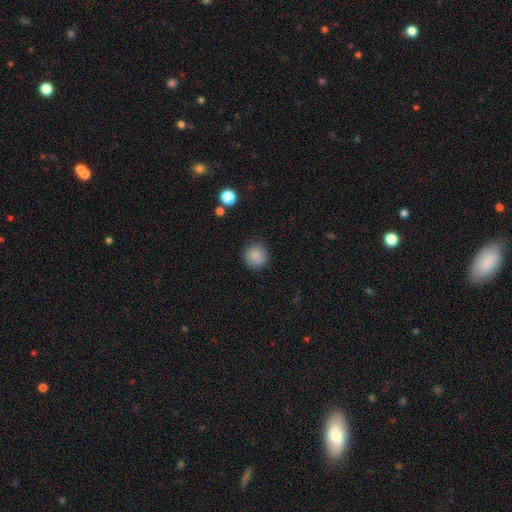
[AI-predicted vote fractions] Smooth or featured: smooth — 86% (star or artifact — 9%)
How rounded: round — 92% (in between — 7%)
Merging: none — 85% (minor disturbance — 11%)